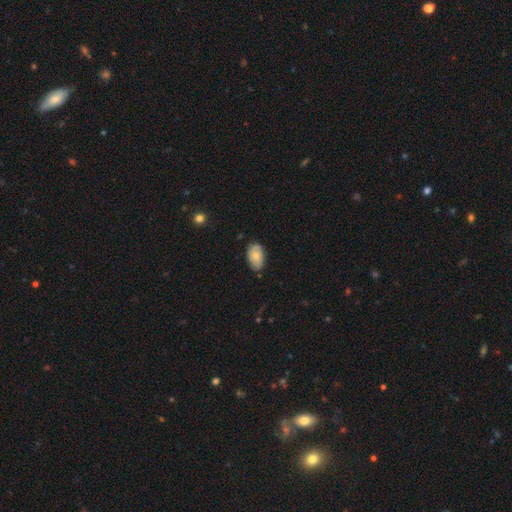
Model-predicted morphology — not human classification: Smooth or featured: smooth — 64% (featured or disk — 29%)
How rounded: in between — 91% (round — 7%)
Merging: none — 74% (minor disturbance — 22%)